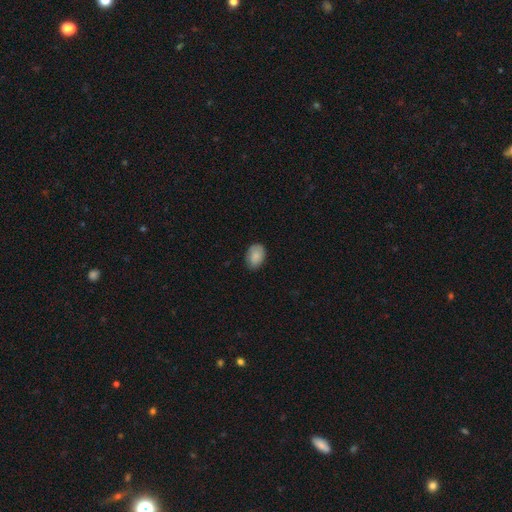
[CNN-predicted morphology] This appears to be a smooth galaxy with no disk features (85%) that is in between round and cigar-shaped (81%). Merging: none (79%).